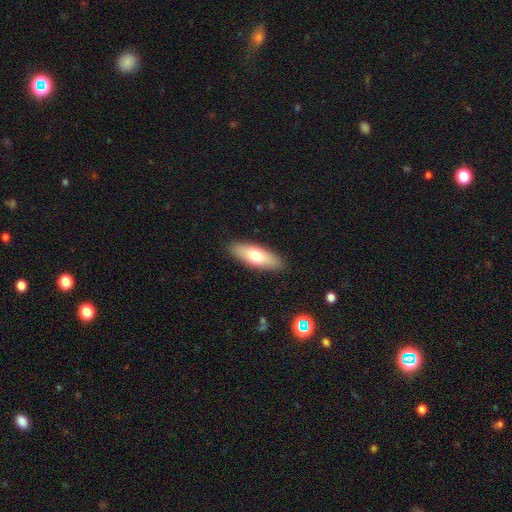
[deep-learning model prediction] smooth_or_featured: smooth (p=0.67) [alt: featured or disk p=0.27]
how_rounded: in between (p=0.62) [alt: cigar-shaped p=0.36]
merging: none (p=0.89) [alt: minor disturbance p=0.08]